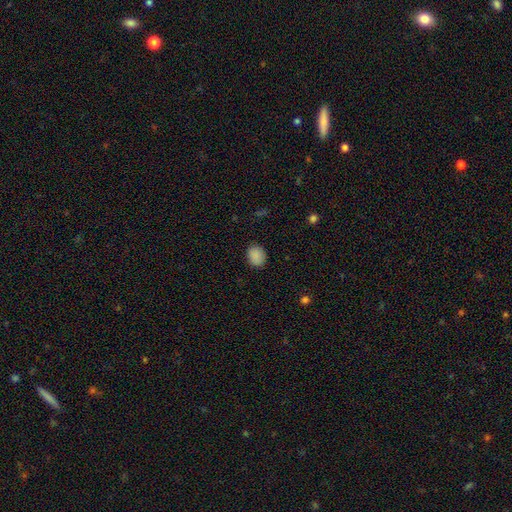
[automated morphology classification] type=smooth (88%); roundness=round (52%); merging=none (86%).